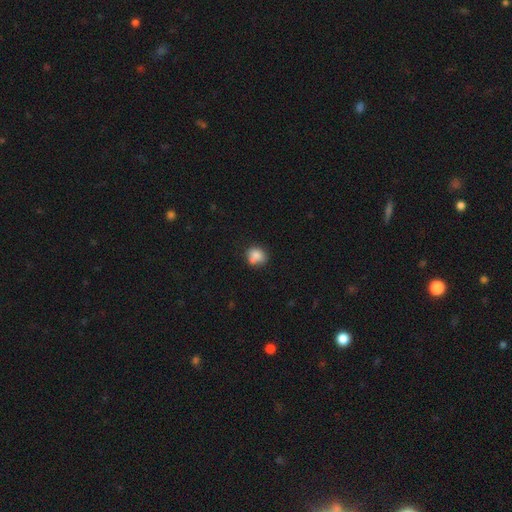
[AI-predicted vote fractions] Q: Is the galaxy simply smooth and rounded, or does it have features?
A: smooth — 81%.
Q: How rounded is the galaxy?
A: round — 74%.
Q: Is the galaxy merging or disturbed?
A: none — 52%.